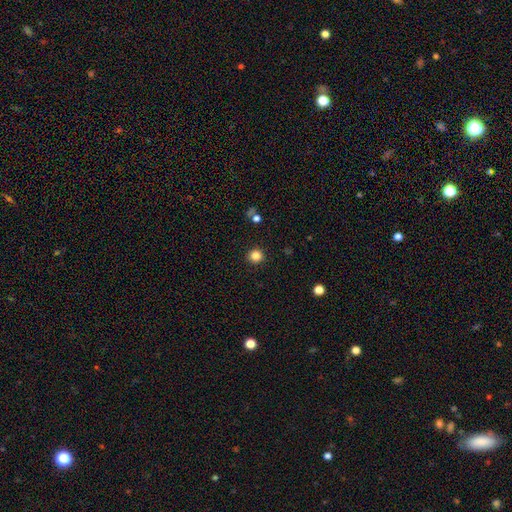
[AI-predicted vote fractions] smooth 84%, star or artifact 12%, featured or disk 4%. Down the decision tree: how rounded — round (93%); merging — none (92%).